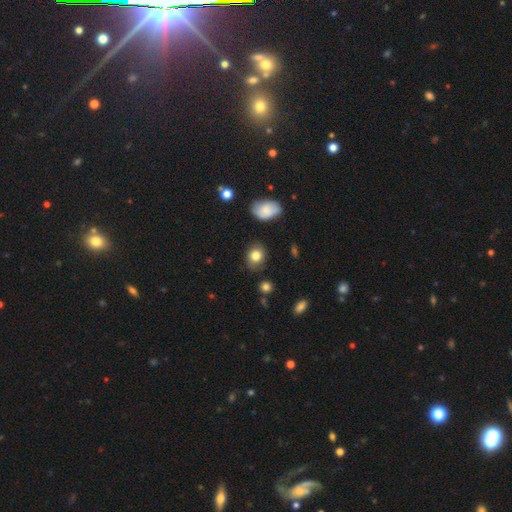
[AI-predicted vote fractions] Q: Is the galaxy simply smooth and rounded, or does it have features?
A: smooth — 81%.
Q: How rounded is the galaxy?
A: round — 55%.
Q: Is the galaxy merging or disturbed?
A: none — 77%.